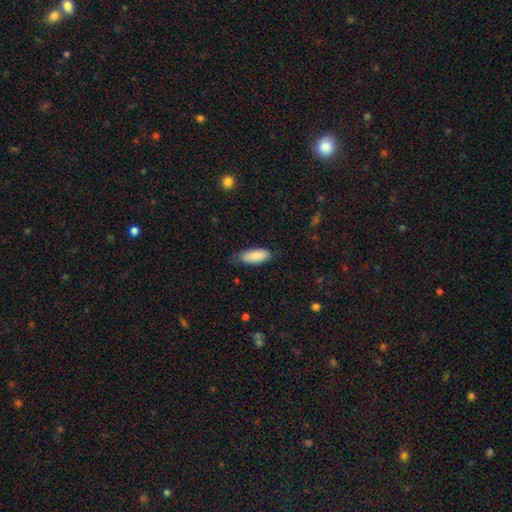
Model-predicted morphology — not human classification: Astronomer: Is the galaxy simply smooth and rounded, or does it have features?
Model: smooth — 87%.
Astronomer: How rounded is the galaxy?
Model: in between — 75%.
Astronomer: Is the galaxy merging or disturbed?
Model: none — 72%.